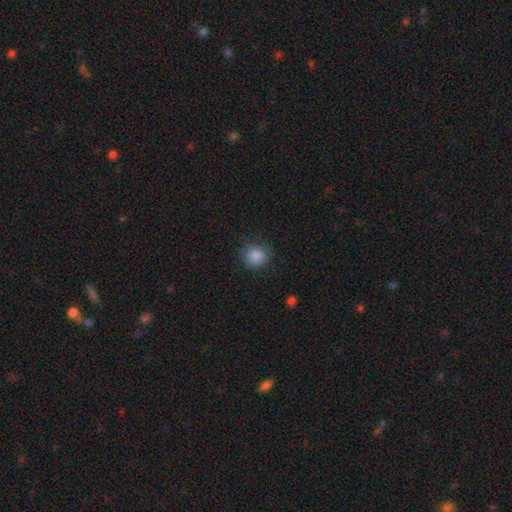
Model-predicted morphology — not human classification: Smooth or featured: smooth — 86% (star or artifact — 10%)
How rounded: round — 89% (in between — 10%)
Merging: none — 82% (minor disturbance — 13%)